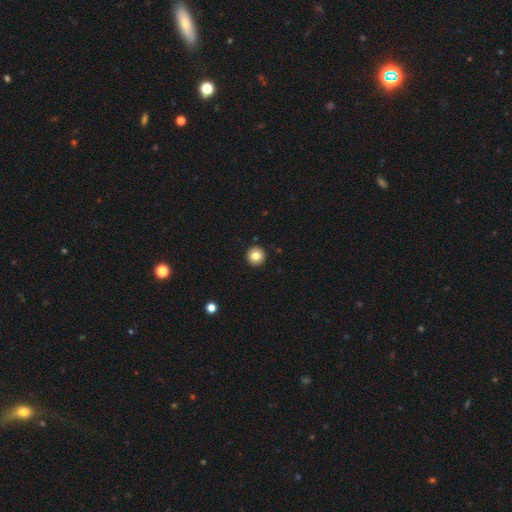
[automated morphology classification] Smooth or featured? smooth (82%)
How rounded? round (96%)
Merging? none (94%)